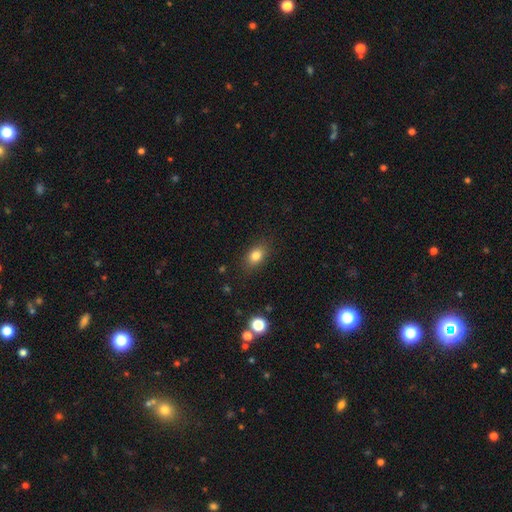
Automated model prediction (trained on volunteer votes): Q: Smooth or featured?
A: smooth (81%); runner-up: star or artifact (10%)
Q: How rounded?
A: in between (77%); runner-up: round (20%)
Q: Merging?
A: none (84%); runner-up: minor disturbance (11%)